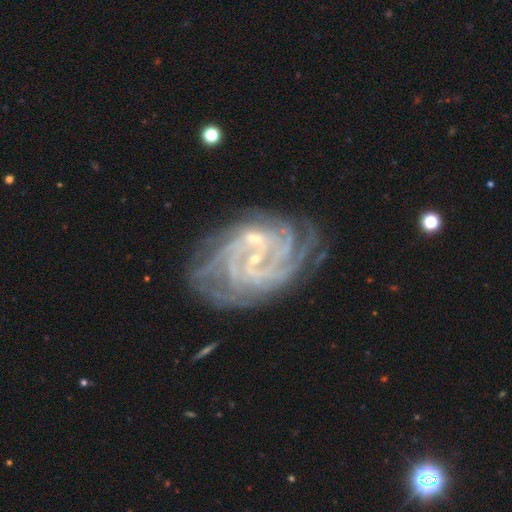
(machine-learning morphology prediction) featured or disk 89%, star or artifact 7%, smooth 4%. Down the decision tree: edge-on disk — no (97%); bar — weak (42%); spiral arms — yes (98%); spiral arm count — 4 (27%); spiral winding — tight (74%); bulge size — small (80%); merging — none (66%).